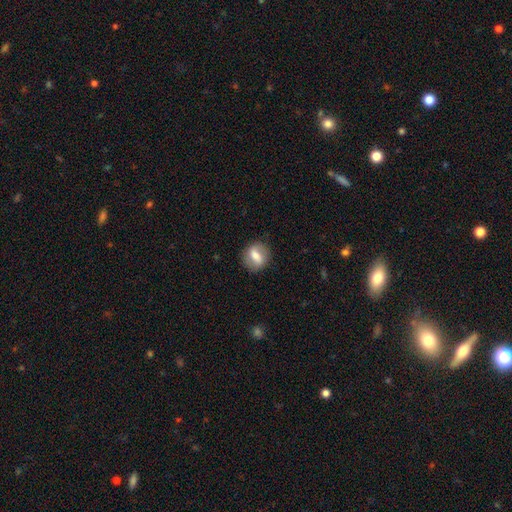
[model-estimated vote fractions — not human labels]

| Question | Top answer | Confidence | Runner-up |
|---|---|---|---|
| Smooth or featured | smooth | 54% | featured or disk (38%) |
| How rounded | round | 63% | in between (34%) |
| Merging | none | 85% | minor disturbance (10%) |